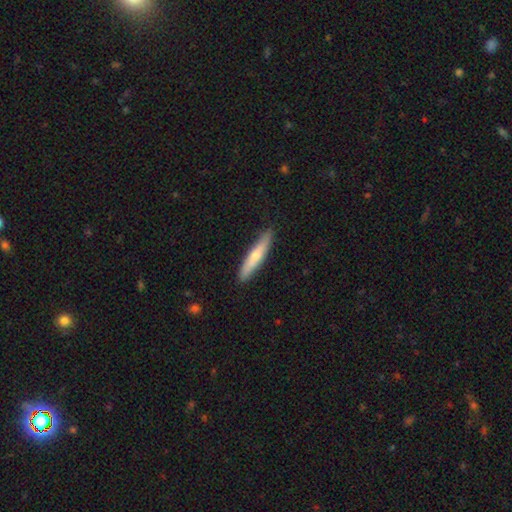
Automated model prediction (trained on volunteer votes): The model was most divided on "smooth or featured": smooth: 52%, featured or disk: 42%, star or artifact: 7%. More confident: how rounded — cigar-shaped (91%); merging — none (90%).